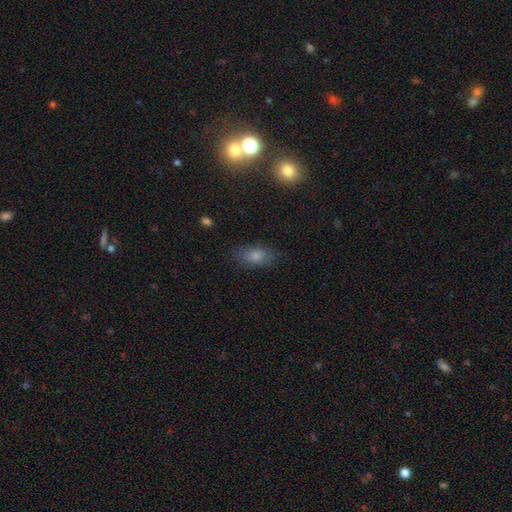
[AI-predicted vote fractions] Smooth or featured?
  - smooth: 78% *
  - star or artifact: 11%
  - featured or disk: 10%
How rounded?
  - in between: 86% *
  - round: 8%
  - cigar-shaped: 6%
Merging?
  - none: 78% *
  - minor disturbance: 16%
  - major disturbance: 5%
  - merger: 2%